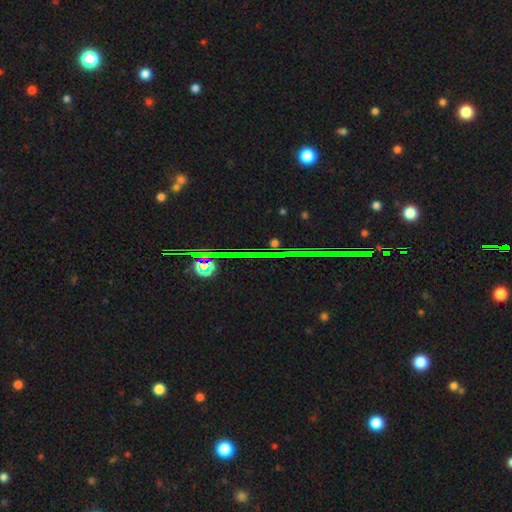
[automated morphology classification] A star or artifact, not a galaxy (76%).

Vote fractions:
- Smooth or featured? star or artifact: 76% / featured or disk: 13% / smooth: 11%